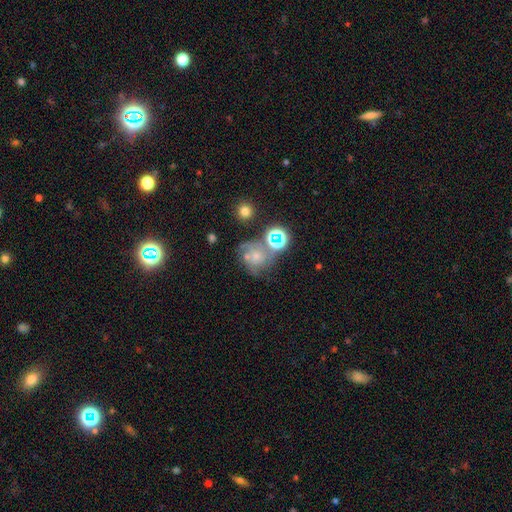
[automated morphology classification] Q: Smooth or featured?
A: featured or disk (44%); runner-up: smooth (34%)
Q: Merging?
A: none (41%); runner-up: merger (21%)